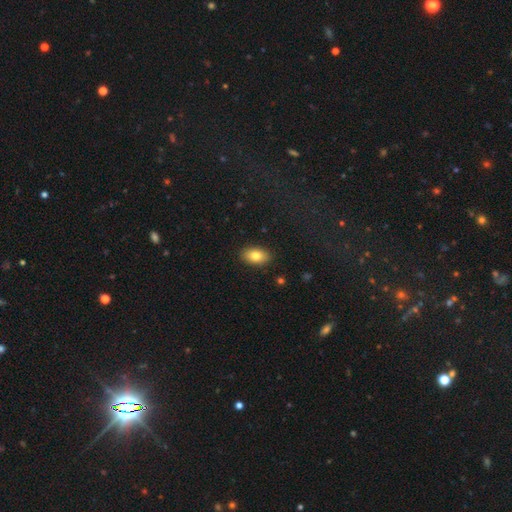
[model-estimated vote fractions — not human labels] smooth-or-featured: smooth: 81% | featured or disk: 11% | star or artifact: 8%
  how-rounded: in between: 91% | round: 7% | cigar-shaped: 2%
  merging: none: 89% | minor disturbance: 8% | major disturbance: 2% | merger: 1%